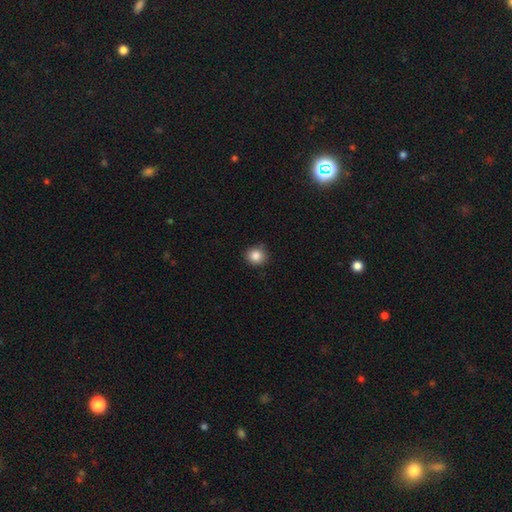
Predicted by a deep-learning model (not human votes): smooth-or-featured: smooth: 86% | star or artifact: 10% | featured or disk: 4%
  how-rounded: round: 88% | in between: 12% | cigar-shaped: 1%
  merging: none: 86% | minor disturbance: 11% | major disturbance: 2% | merger: 1%